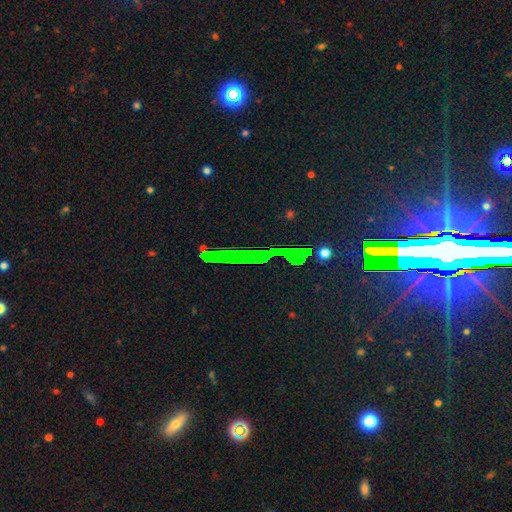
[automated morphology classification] Smooth or featured? star or artifact (73%)